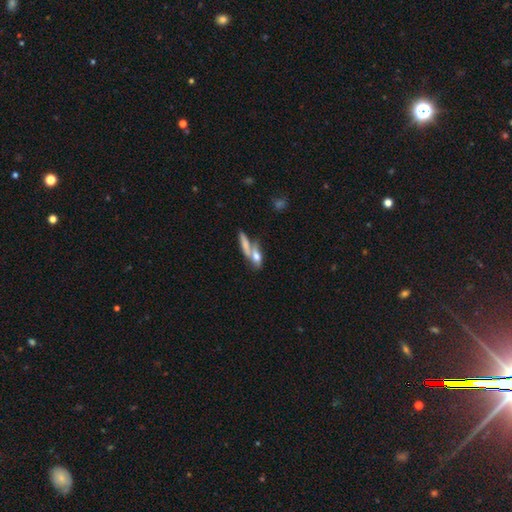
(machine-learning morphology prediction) This appears to be a smooth galaxy with no disk features (64%) that is in between round and cigar-shaped (53%). Merging: merger (54%).